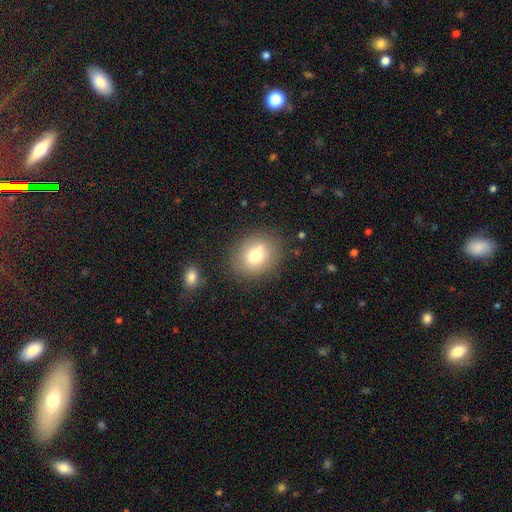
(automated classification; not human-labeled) A smooth galaxy with no disk features (73%) that is round (66%). Merging: none (75%).